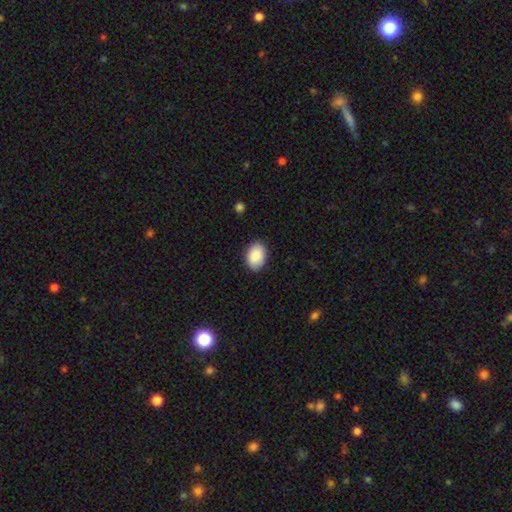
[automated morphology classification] Overall: smooth (88%). How rounded: in between (83%). Merging: none (88%).